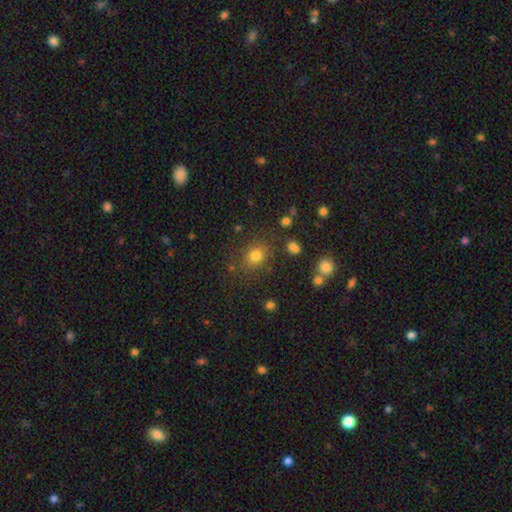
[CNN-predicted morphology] Smooth or featured: smooth — 78% (star or artifact — 15%)
How rounded: round — 67% (in between — 32%)
Merging: none — 79% (minor disturbance — 12%)